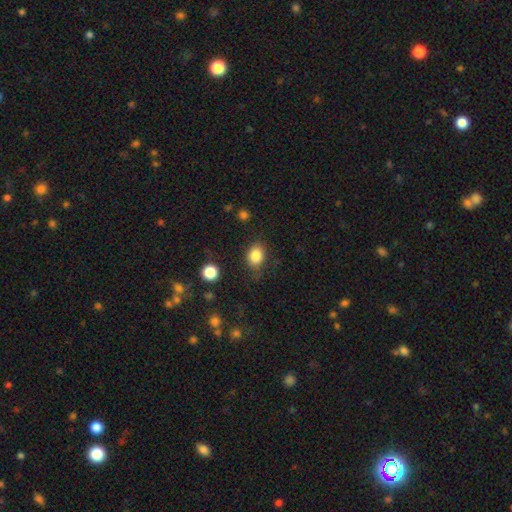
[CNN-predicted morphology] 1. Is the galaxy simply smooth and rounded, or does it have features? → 85% smooth, 9% star or artifact, 6% featured or disk.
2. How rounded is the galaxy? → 61% in between, 38% round, 1% cigar-shaped.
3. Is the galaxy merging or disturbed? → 72% none, 19% minor disturbance, 6% major disturbance, 2% merger.